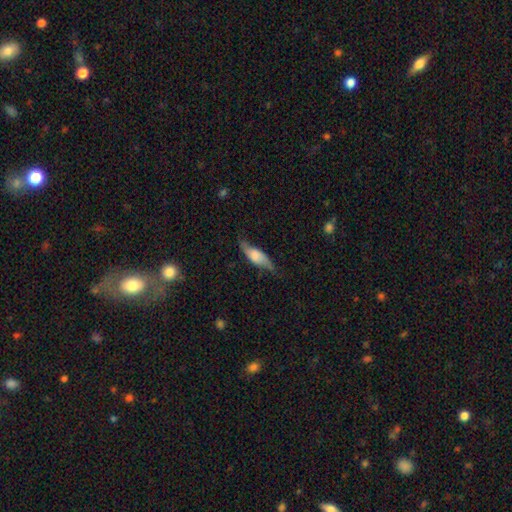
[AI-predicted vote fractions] A featured or disk galaxy (47%).

Vote fractions:
- Smooth or featured? featured or disk: 47% / smooth: 46% / star or artifact: 7%
- Merging? none: 65% / minor disturbance: 25% / major disturbance: 8% / merger: 2%